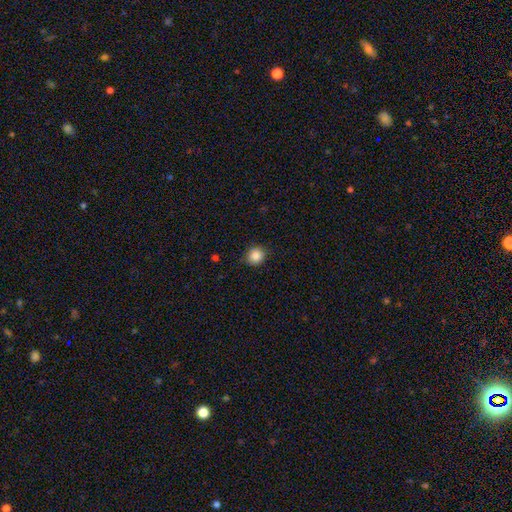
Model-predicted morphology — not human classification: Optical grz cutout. It shows a smooth galaxy with no disk features (86%) that is round (86%). Merging: none (88%).